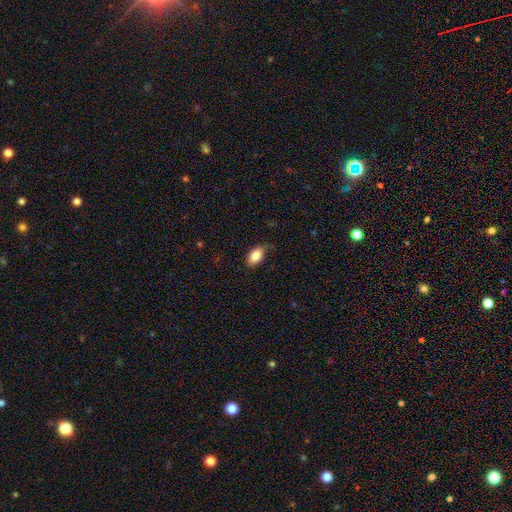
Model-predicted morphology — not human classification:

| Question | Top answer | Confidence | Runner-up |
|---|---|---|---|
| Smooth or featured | smooth | 85% | featured or disk (8%) |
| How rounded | in between | 90% | round (8%) |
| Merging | none | 64% | minor disturbance (26%) |